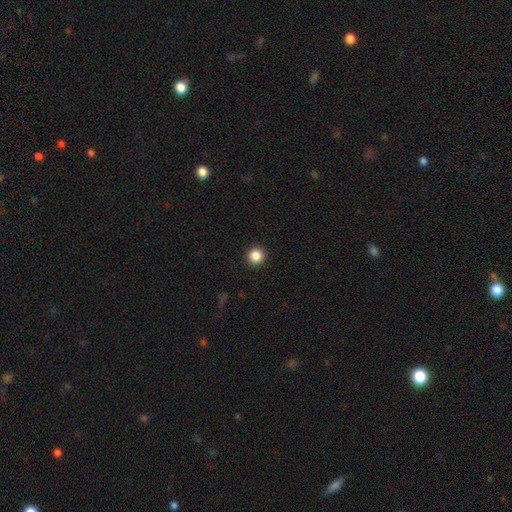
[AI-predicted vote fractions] This appears to be a smooth galaxy with no disk features (86%) that is round (96%). Merging: none (93%).